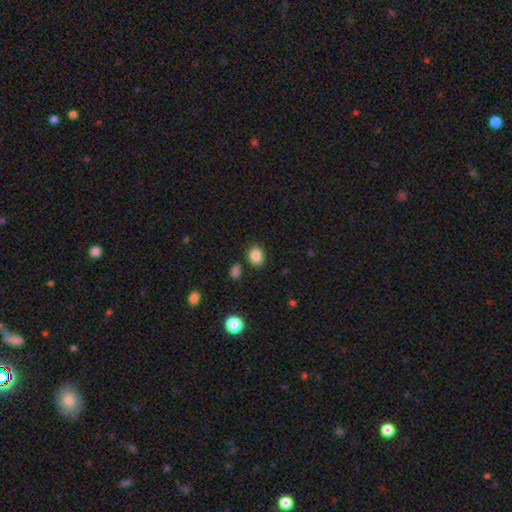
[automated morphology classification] This is clearly a smooth galaxy (86%). How rounded: likely in between (63%). Merging: clearly none (82%).